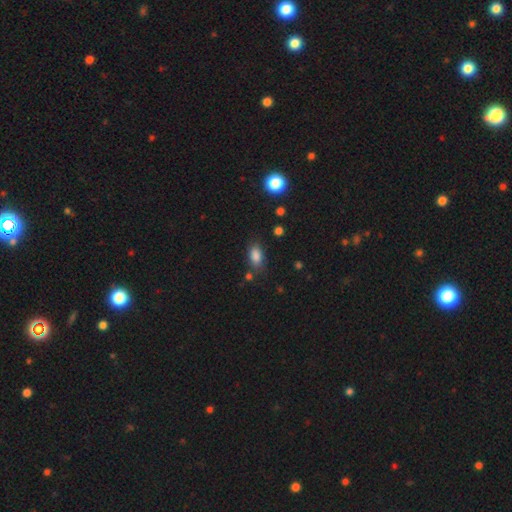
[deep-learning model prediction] A smooth galaxy with no disk features (84%) that is in between round and cigar-shaped (88%).

Vote fractions:
- Smooth or featured? smooth: 84% / star or artifact: 10% / featured or disk: 6%
- How rounded? in between: 88% / round: 6% / cigar-shaped: 5%
- Merging? none: 75% / minor disturbance: 16% / major disturbance: 4% / merger: 4%